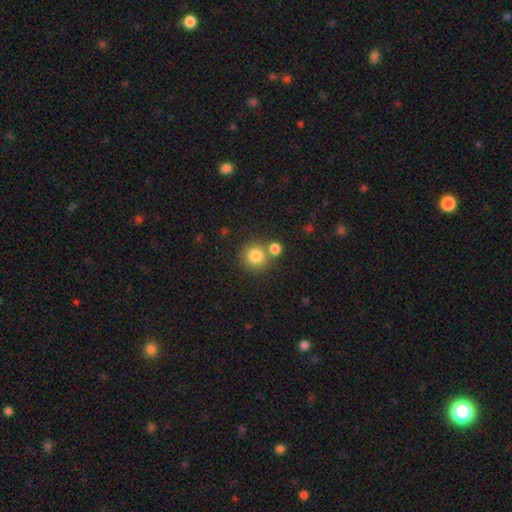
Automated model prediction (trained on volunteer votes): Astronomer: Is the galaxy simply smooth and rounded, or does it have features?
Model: smooth — 82%.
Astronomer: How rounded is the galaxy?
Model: round — 92%.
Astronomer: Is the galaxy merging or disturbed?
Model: none — 68%.